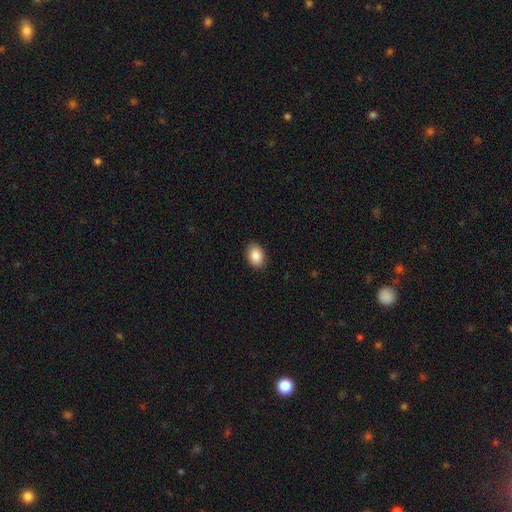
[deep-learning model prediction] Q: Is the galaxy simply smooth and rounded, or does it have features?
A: smooth — 87%.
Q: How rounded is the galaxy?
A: in between — 82%.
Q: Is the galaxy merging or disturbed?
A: none — 89%.